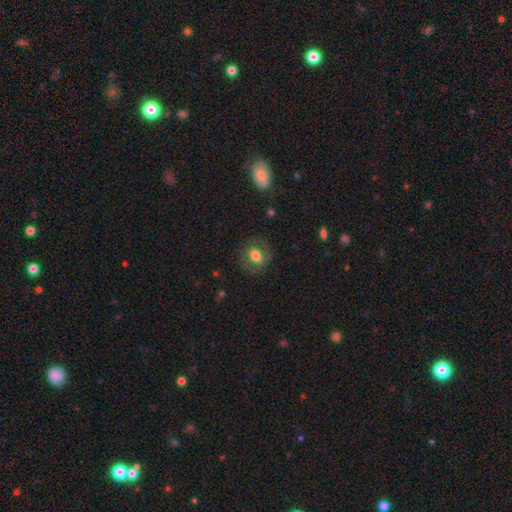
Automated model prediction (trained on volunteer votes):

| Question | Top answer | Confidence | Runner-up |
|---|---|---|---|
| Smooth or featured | smooth | 51% | featured or disk (40%) |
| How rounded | in between | 54% | round (45%) |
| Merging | none | 74% | minor disturbance (14%) |